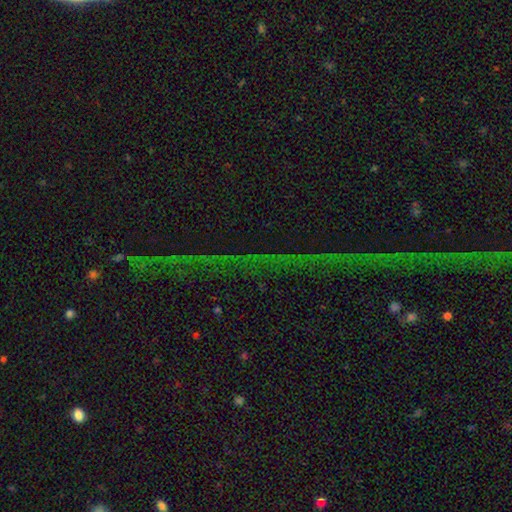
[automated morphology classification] Overall: star or artifact (76%).